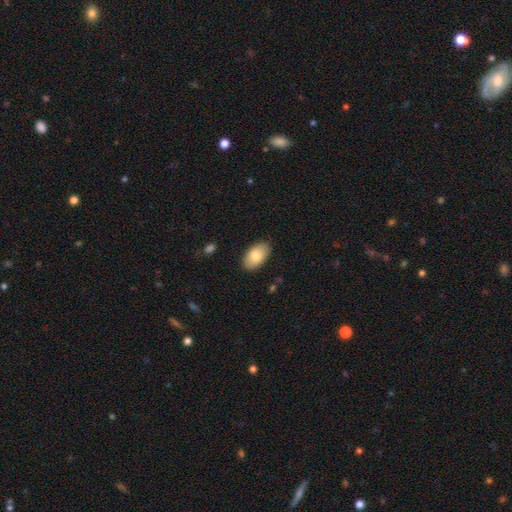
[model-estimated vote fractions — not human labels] Morphology: type=smooth (79%); roundness=in between (95%); merging=none (88%).